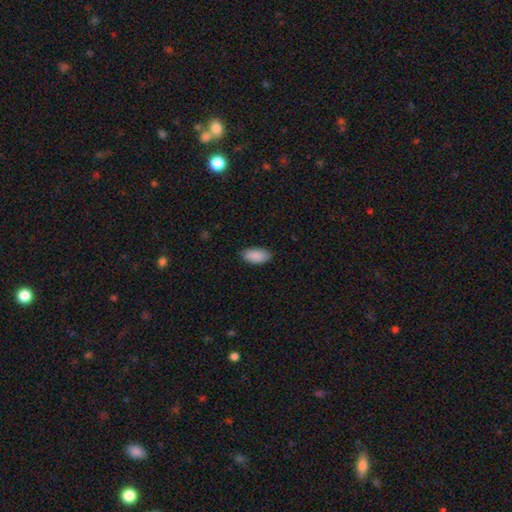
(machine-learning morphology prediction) A smooth galaxy with no disk features (90%) that is in between round and cigar-shaped (94%). Merging: none (85%).